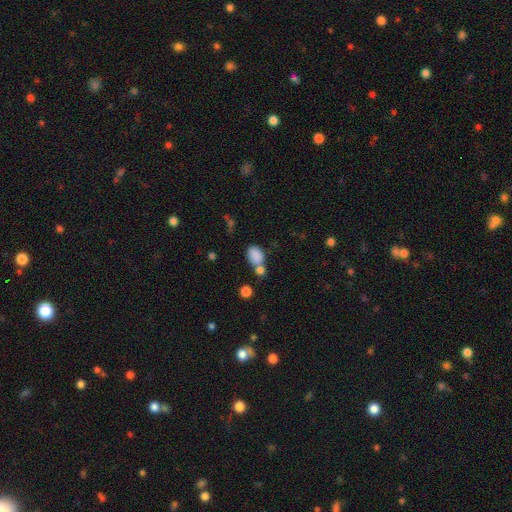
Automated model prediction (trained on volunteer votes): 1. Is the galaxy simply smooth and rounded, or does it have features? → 84% smooth, 10% star or artifact, 6% featured or disk.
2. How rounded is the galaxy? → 74% in between, 25% round, 1% cigar-shaped.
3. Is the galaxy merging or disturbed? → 47% none, 33% merger, 14% minor disturbance, 6% major disturbance.